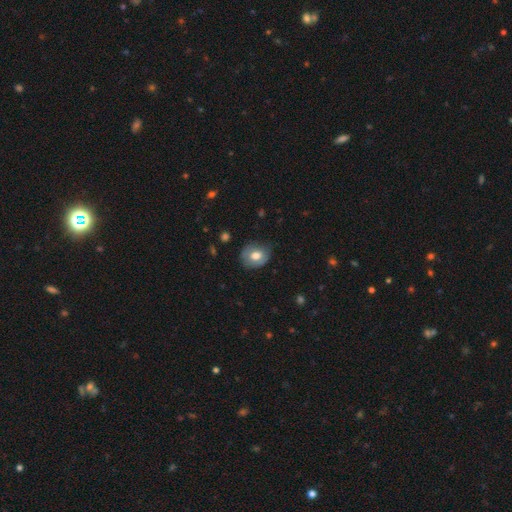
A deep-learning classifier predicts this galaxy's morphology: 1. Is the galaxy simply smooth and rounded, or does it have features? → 66% smooth, 26% featured or disk, 8% star or artifact.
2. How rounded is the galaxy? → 54% round, 45% in between, 1% cigar-shaped.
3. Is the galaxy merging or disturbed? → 71% none, 22% minor disturbance, 5% major disturbance, 1% merger.